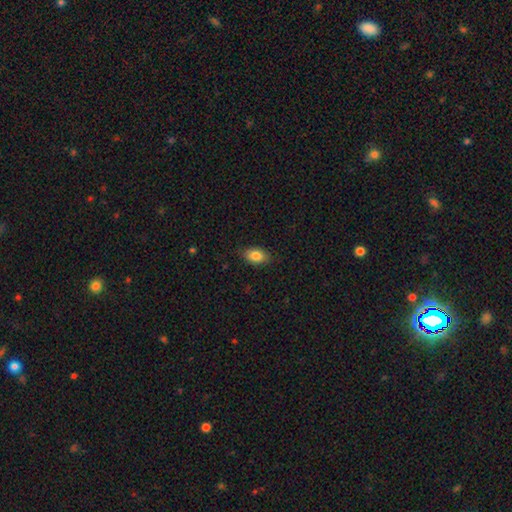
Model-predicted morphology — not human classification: Overall: smooth (84%). How rounded: in between (88%). Merging: none (84%).